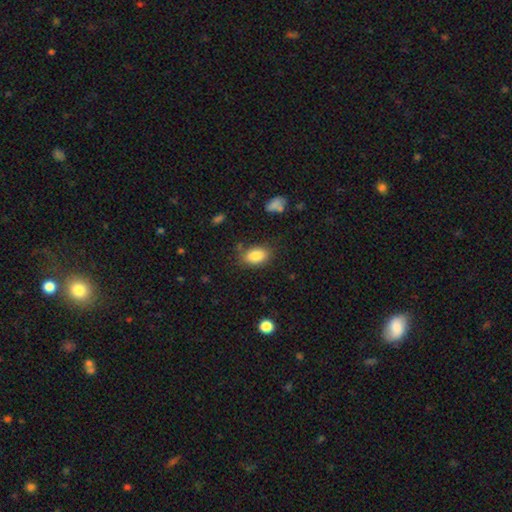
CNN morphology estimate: smooth 85%, star or artifact 8%, featured or disk 7%. Down the decision tree: how rounded — in between (89%); merging — none (79%).